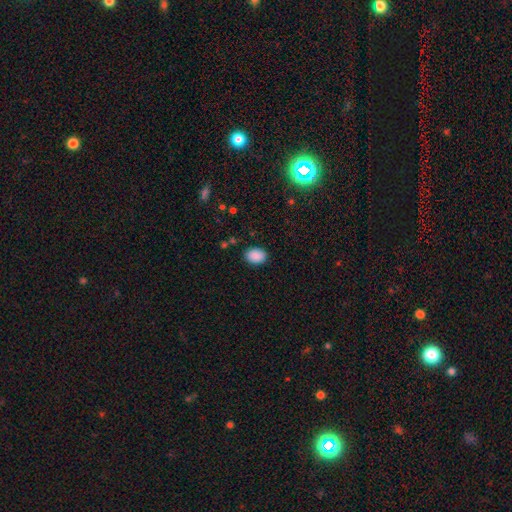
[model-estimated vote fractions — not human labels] This appears to be a smooth galaxy with no disk features (89%) that is in between round and cigar-shaped (79%). Merging: none (88%).